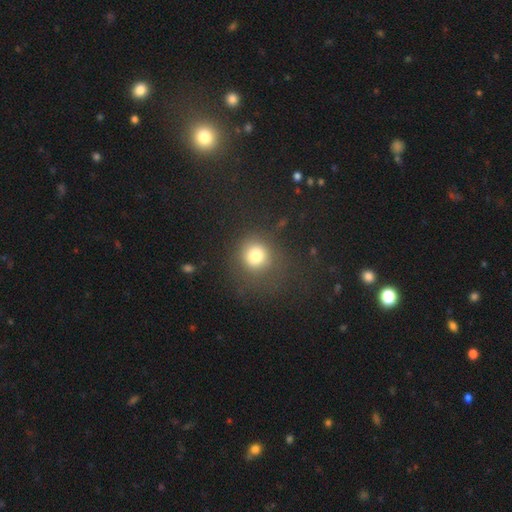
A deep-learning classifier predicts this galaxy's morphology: Smooth or featured?
  - smooth: 78% *
  - star or artifact: 14%
  - featured or disk: 8%
How rounded?
  - round: 86% *
  - in between: 13%
  - cigar-shaped: 1%
Merging?
  - none: 69% *
  - minor disturbance: 15%
  - major disturbance: 13%
  - merger: 3%